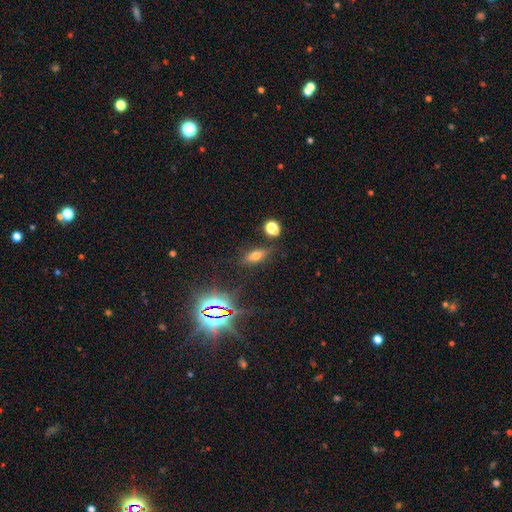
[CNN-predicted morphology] type=smooth (56%); roundness=in between (65%); merging=none (80%).